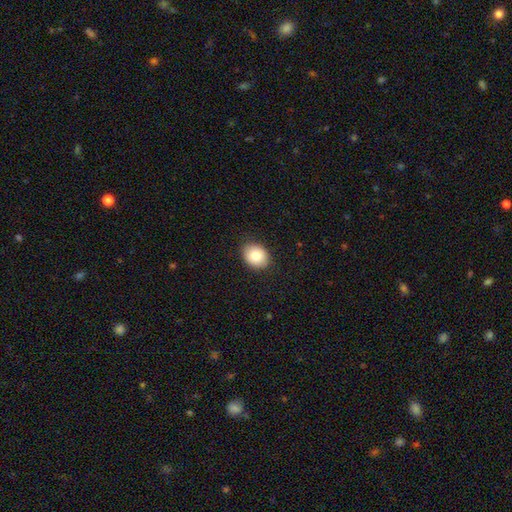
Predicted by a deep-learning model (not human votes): Overall: smooth (82%). How rounded: in between (55%; round 44%). Merging: none (88%).